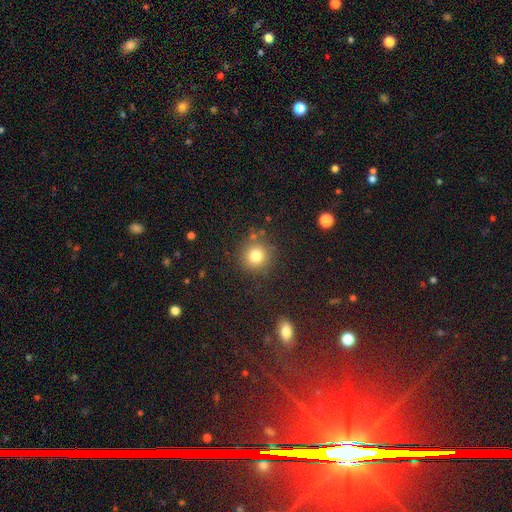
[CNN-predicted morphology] Overall: smooth (79%). How rounded: round (93%). Merging: none (84%).